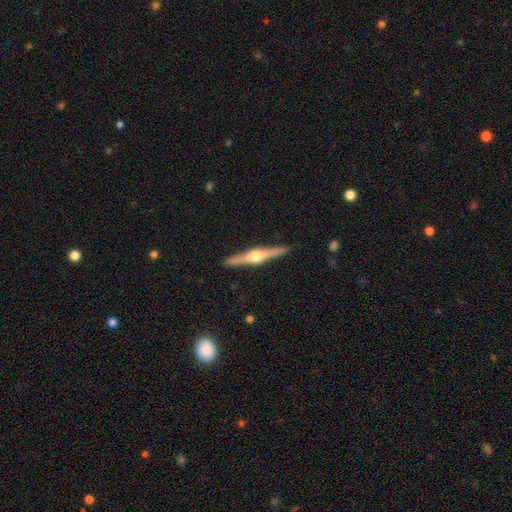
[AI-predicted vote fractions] This is likely a featured or disk galaxy (79%). It is clearly viewed edge-on (98%). Edge-on bulge: clearly rounded (94%). Merging: clearly none (91%).